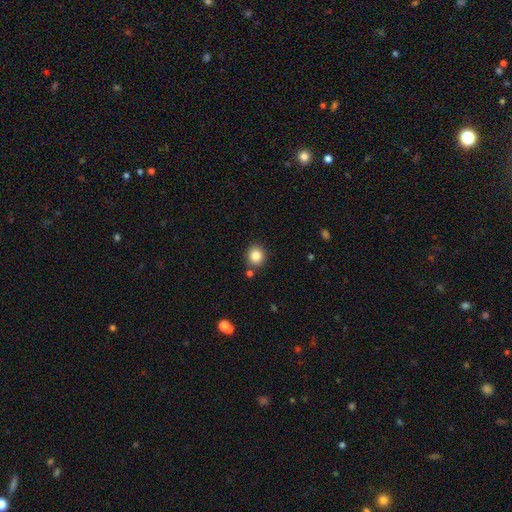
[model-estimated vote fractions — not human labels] Smooth or featured: smooth — 84% (star or artifact — 10%)
How rounded: round — 85% (in between — 14%)
Merging: none — 83% (minor disturbance — 8%)